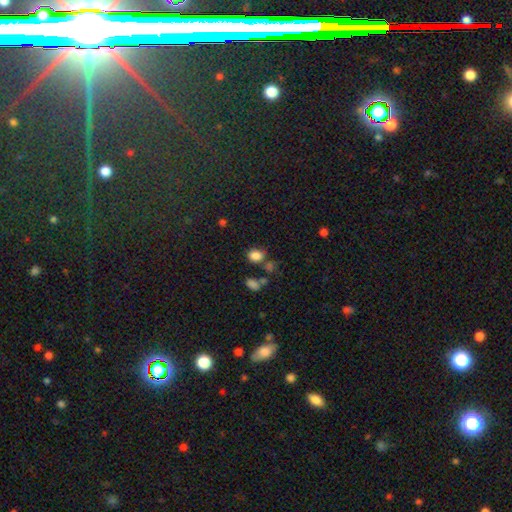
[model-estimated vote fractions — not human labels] Overall: smooth (82%). How rounded: in between (59%; round 40%). Merging: none (64%).